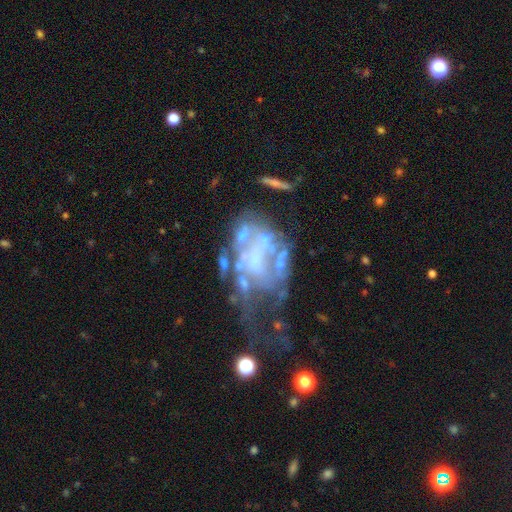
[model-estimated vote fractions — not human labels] featured or disk 73%, smooth 14%, star or artifact 13%. Down the decision tree: edge-on disk — no (97%); bar — no (80%); spiral arms — no (76%); bulge size — none (60%); merging — major disturbance (44%).